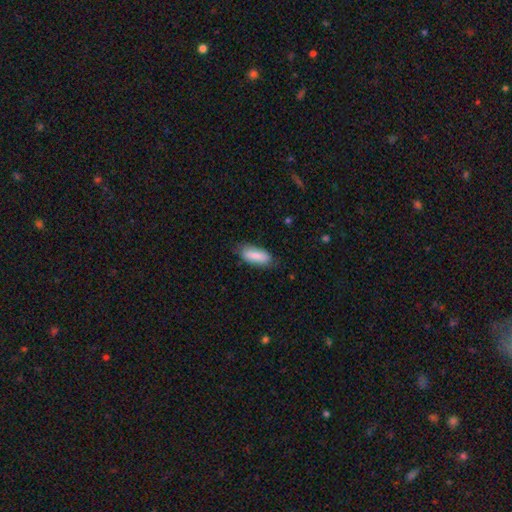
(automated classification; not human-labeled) Overall: smooth (82%). How rounded: in between (76%). Merging: none (76%).